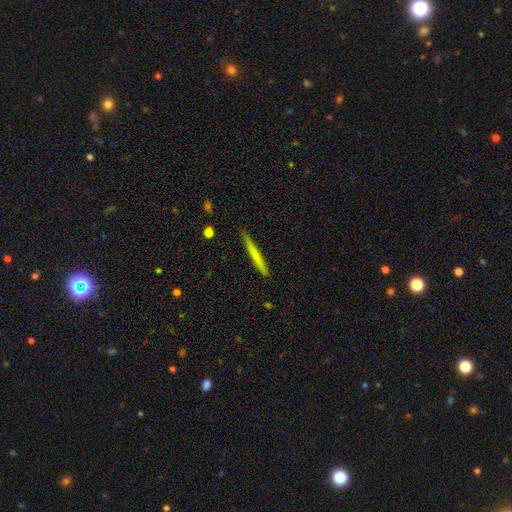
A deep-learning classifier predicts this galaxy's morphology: smooth-or-featured: smooth: 64% | featured or disk: 31% | star or artifact: 5%
  how-rounded: cigar-shaped: 97% | in between: 2% | round: 1%
  merging: none: 88% | minor disturbance: 9% | major disturbance: 2% | merger: 1%